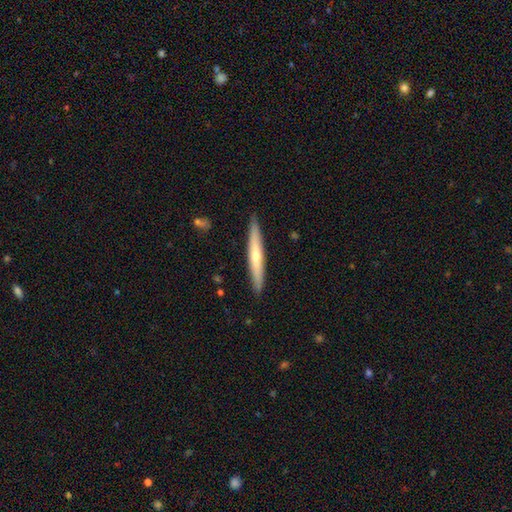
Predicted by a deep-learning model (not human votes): This appears to be a featured or disk galaxy (58%) viewed edge-on (95%) with a rounded central bulge (74%). Merging: none (90%).